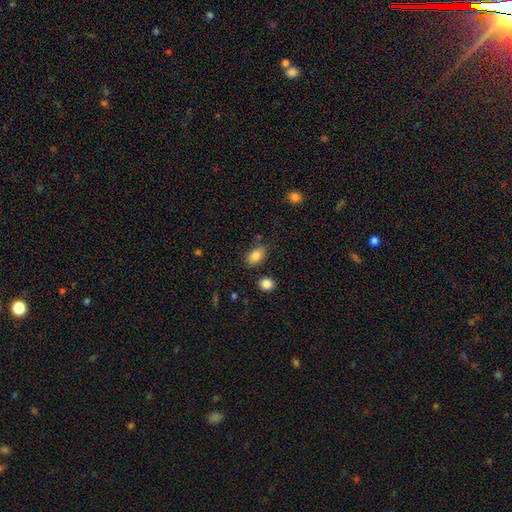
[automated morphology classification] This is clearly a smooth galaxy (85%). How rounded: likely in between (80%). Merging: likely none (75%).